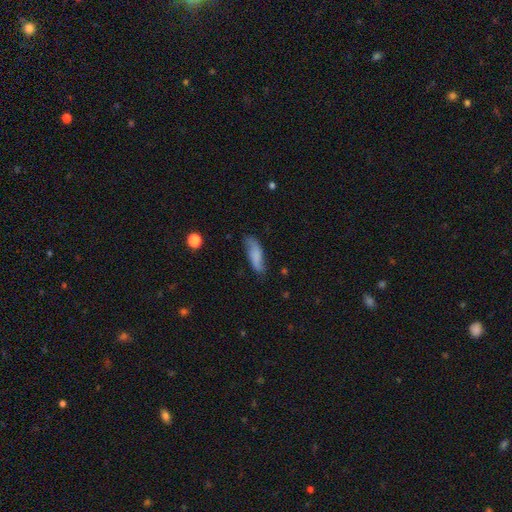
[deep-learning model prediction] A smooth galaxy with no disk features (68%) that is in between round and cigar-shaped (50%).

Vote fractions:
- Smooth or featured? smooth: 68% / featured or disk: 24% / star or artifact: 8%
- How rounded? in between: 50% / cigar-shaped: 47% / round: 3%
- Merging? none: 70% / minor disturbance: 22% / major disturbance: 5% / merger: 2%